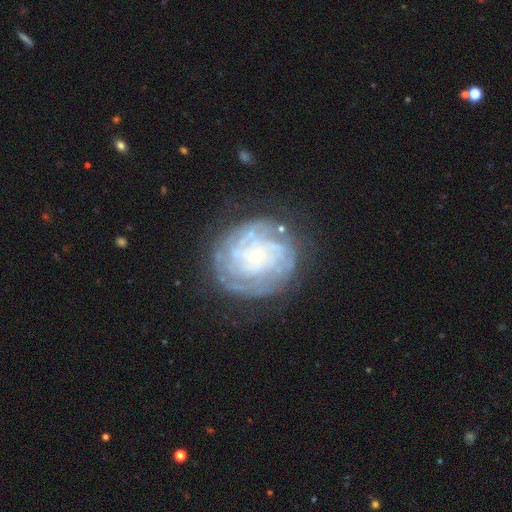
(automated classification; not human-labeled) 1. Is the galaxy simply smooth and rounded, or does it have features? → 78% featured or disk, 14% smooth, 8% star or artifact.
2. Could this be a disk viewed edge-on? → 98% no, 2% yes.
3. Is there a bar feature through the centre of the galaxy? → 81% no, 15% weak, 4% strong.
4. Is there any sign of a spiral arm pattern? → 86% yes, 14% no.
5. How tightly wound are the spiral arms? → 75% tight, 19% medium, 6% loose.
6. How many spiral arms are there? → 46% can't tell, 16% 4, 12% more than 4, 11% 3, 10% 2, 6% 1.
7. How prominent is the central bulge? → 83% small, 8% moderate, 6% none, 2% large, 1% dominant.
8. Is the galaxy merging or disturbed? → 70% none, 18% minor disturbance, 10% major disturbance, 2% merger.